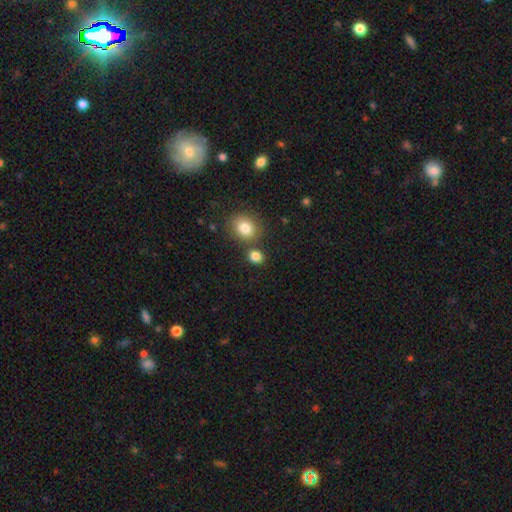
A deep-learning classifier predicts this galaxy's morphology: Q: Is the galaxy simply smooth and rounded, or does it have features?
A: smooth — 84%.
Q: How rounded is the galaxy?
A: round — 60%.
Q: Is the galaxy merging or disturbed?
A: none — 69%.